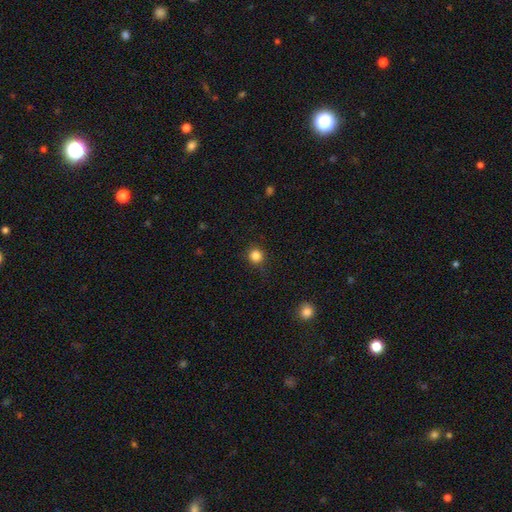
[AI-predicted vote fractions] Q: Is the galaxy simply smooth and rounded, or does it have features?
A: smooth — 84%.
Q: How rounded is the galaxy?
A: round — 93%.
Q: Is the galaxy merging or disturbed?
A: none — 86%.